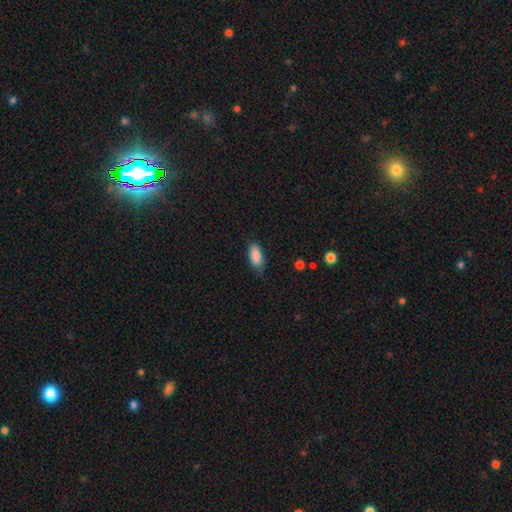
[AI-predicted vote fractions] Smooth or featured? smooth (88%)
How rounded? in between (88%)
Merging? none (76%)